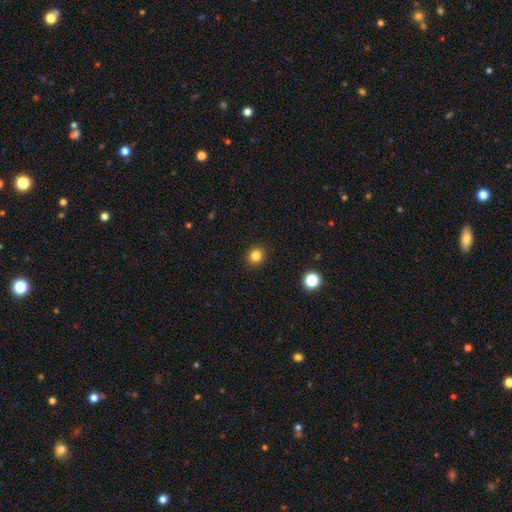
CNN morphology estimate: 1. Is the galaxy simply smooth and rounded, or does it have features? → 83% smooth, 13% star or artifact, 5% featured or disk.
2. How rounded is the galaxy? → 89% round, 10% in between, 1% cigar-shaped.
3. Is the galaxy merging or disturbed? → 92% none, 5% minor disturbance, 2% major disturbance, 1% merger.